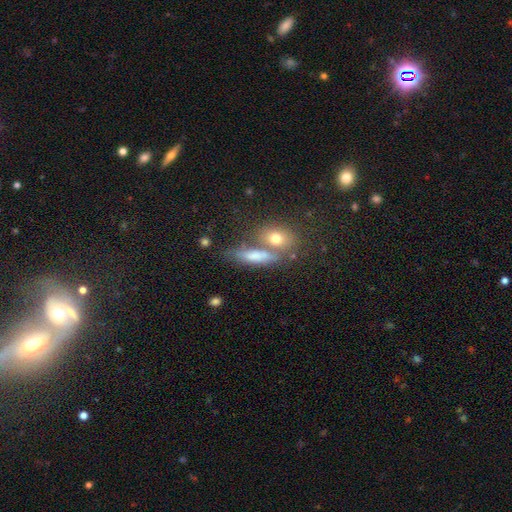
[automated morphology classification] This appears to be a smooth galaxy with no disk features (72%) that is in between round and cigar-shaped (53%). Merging: none (46%).